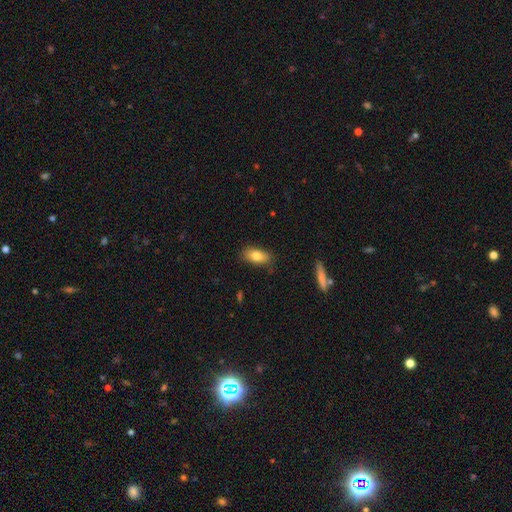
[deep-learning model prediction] Smooth or featured?
  - smooth: 78% *
  - featured or disk: 14%
  - star or artifact: 8%
How rounded?
  - in between: 86% *
  - cigar-shaped: 9%
  - round: 5%
Merging?
  - none: 82% *
  - minor disturbance: 14%
  - major disturbance: 3%
  - merger: 2%